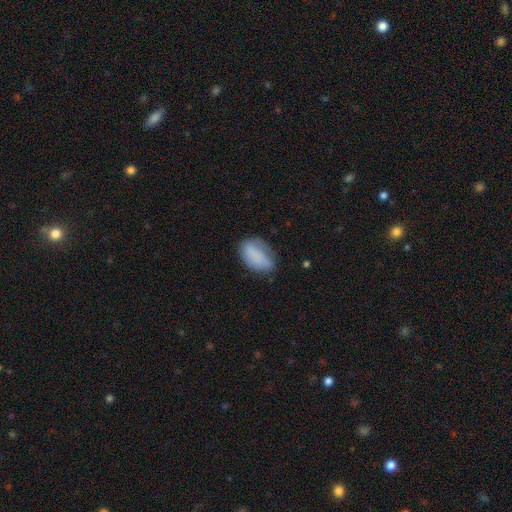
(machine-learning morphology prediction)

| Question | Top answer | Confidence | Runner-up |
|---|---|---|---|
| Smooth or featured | smooth | 80% | featured or disk (12%) |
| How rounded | in between | 91% | round (6%) |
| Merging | none | 58% | minor disturbance (30%) |